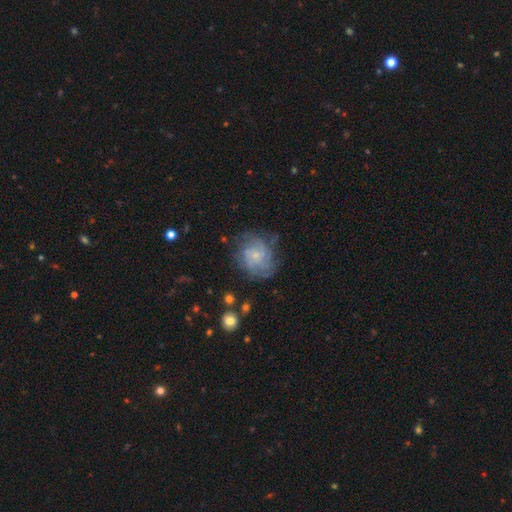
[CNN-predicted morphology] A featured or disk galaxy (64%) with no bar (78%), tight (52%) spiral arms (81%) and a small central bulge (73%).

Vote fractions:
- Smooth or featured? featured or disk: 64% / smooth: 27% / star or artifact: 9%
- Edge-on disk? no: 98% / yes: 2%
- Bar? no: 78% / weak: 19% / strong: 3%
- Spiral arms? yes: 81% / no: 19%
- Spiral winding? tight: 52% / medium: 34% / loose: 14%
- Spiral arm count? can't tell: 51% / 3: 13% / 4: 13% / 2: 11% / more than 4: 7% / 1: 5%
- Bulge size? small: 73% / moderate: 17% / none: 7% / large: 2% / dominant: 1%
- Merging? none: 60% / minor disturbance: 22% / major disturbance: 15% / merger: 3%